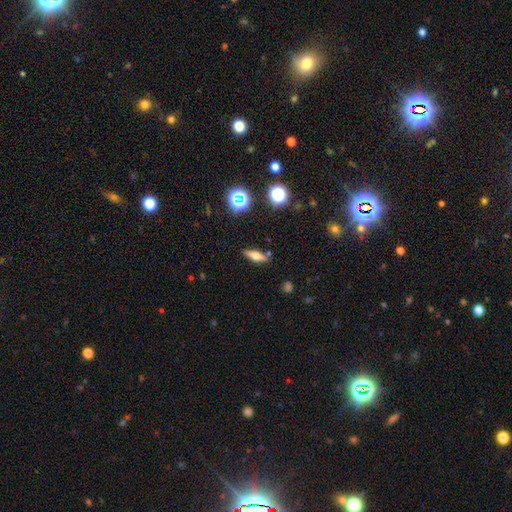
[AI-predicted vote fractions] Smooth or featured?
  - smooth: 51% *
  - featured or disk: 37%
  - star or artifact: 11%
How rounded?
  - cigar-shaped: 49% *
  - in between: 46%
  - round: 5%
Merging?
  - none: 83% *
  - minor disturbance: 11%
  - merger: 3%
  - major disturbance: 3%